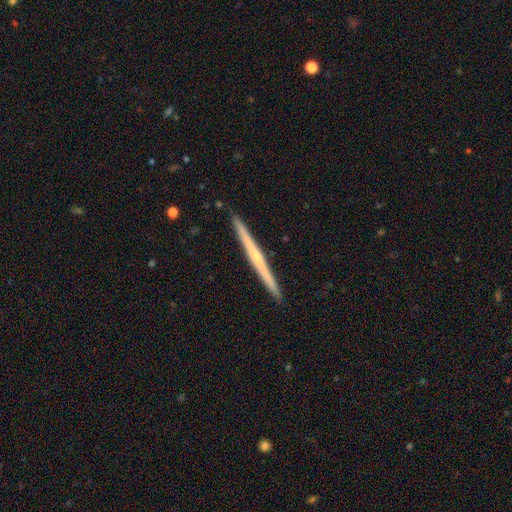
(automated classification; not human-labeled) This is likely a featured or disk galaxy (64%). It is clearly viewed edge-on (98%). Edge-on bulge: possibly none (57%). Merging: clearly none (93%).